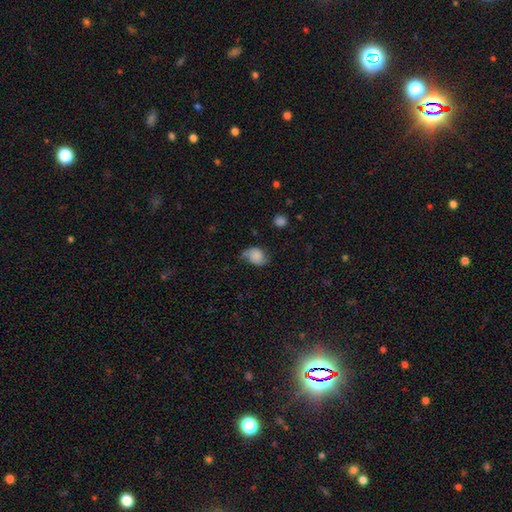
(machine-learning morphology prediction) Smooth or featured? smooth (60%)
How rounded? in between (57%)
Merging? none (50%)